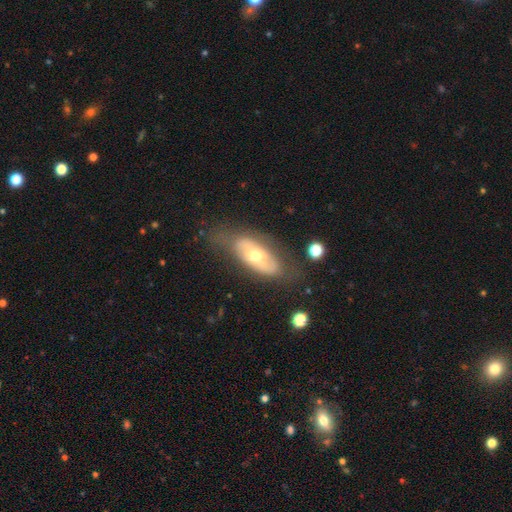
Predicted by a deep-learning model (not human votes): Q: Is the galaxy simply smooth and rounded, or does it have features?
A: featured or disk — 60%.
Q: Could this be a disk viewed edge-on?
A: no — 84%.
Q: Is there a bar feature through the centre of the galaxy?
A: no — 67%.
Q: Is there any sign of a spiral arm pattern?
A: no — 55%.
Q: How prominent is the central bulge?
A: moderate — 68%.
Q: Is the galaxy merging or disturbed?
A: none — 63%.